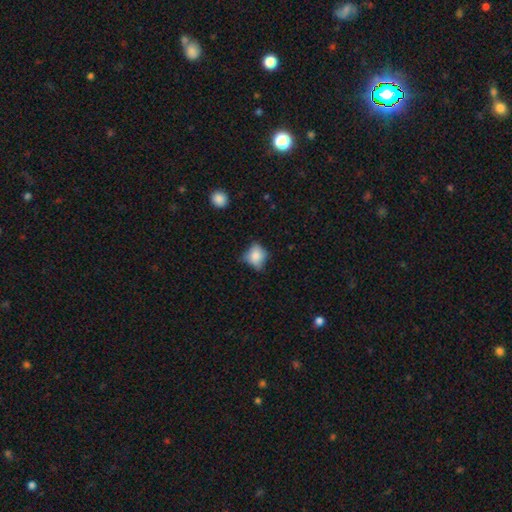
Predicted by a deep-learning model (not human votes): Smooth or featured?
  - smooth: 73% *
  - featured or disk: 17%
  - star or artifact: 10%
How rounded?
  - round: 60% *
  - in between: 39%
  - cigar-shaped: 2%
Merging?
  - none: 50% *
  - minor disturbance: 35%
  - major disturbance: 12%
  - merger: 2%